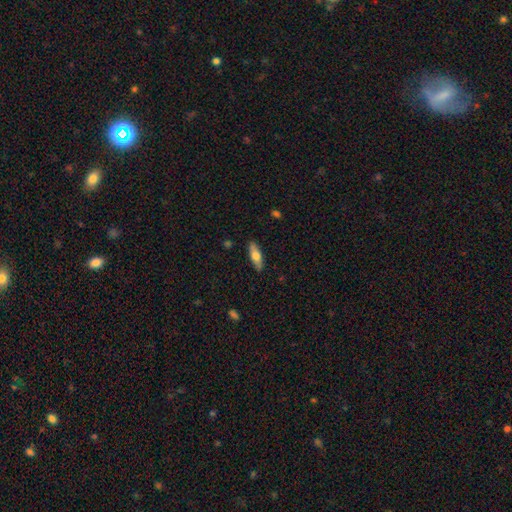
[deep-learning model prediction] Overall: smooth (66%; featured or disk 28%). How rounded: in between (55%; cigar-shaped 43%). Merging: none (87%).